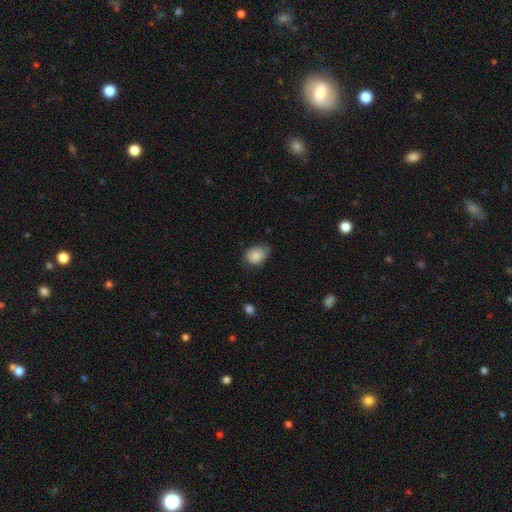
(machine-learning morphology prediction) Overall: smooth (86%). How rounded: in between (67%; round 32%). Merging: none (63%; minor disturbance 30%).